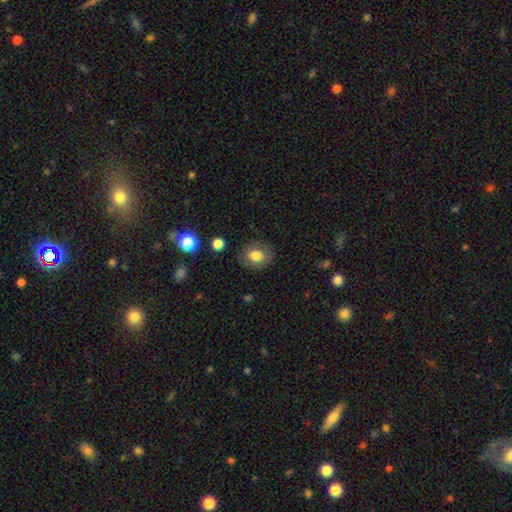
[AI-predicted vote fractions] Q: Smooth or featured?
A: smooth (79%); runner-up: featured or disk (13%)
Q: How rounded?
A: round (55%); runner-up: in between (44%)
Q: Merging?
A: none (83%); runner-up: minor disturbance (11%)